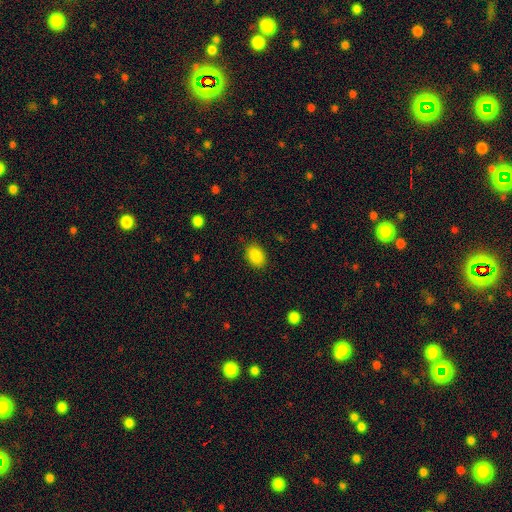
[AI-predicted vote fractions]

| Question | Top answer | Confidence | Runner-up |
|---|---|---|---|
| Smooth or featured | smooth | 88% | star or artifact (8%) |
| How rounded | in between | 81% | round (18%) |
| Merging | none | 85% | minor disturbance (11%) |